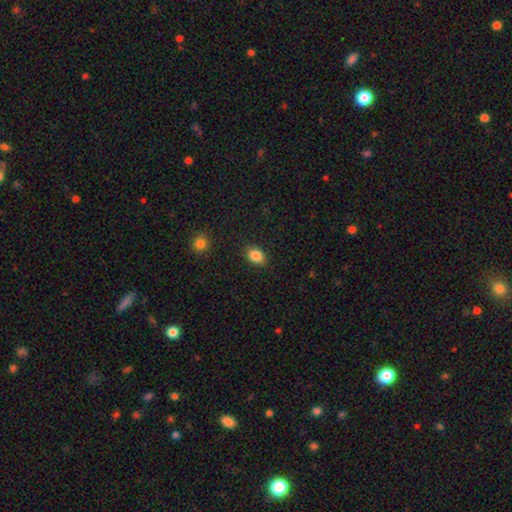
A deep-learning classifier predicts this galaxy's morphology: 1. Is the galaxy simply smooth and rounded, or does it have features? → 86% smooth, 9% star or artifact, 5% featured or disk.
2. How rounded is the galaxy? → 77% in between, 21% round, 1% cigar-shaped.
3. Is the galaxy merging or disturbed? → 87% none, 9% minor disturbance, 2% major disturbance, 1% merger.